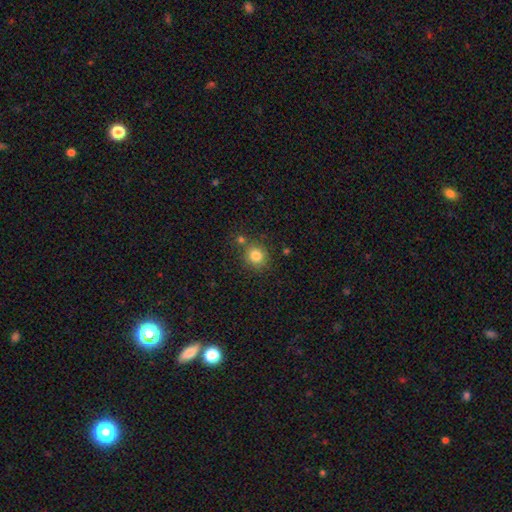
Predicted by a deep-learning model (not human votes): Q: Smooth or featured?
A: smooth (82%); runner-up: star or artifact (12%)
Q: How rounded?
A: round (85%); runner-up: in between (14%)
Q: Merging?
A: none (74%); runner-up: merger (12%)